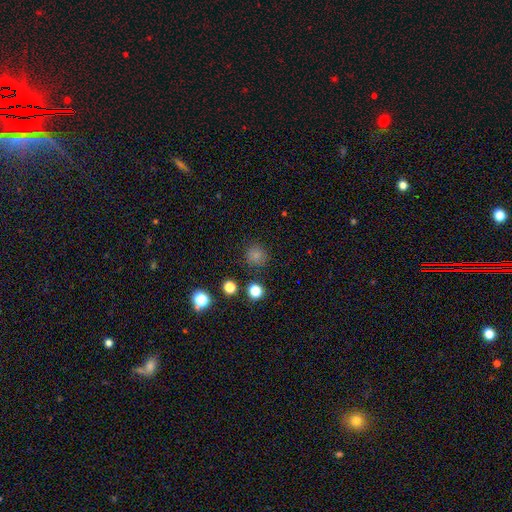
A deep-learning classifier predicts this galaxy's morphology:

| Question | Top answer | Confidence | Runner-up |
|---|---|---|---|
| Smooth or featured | smooth | 79% | star or artifact (16%) |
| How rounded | round | 92% | in between (7%) |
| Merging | none | 86% | minor disturbance (9%) |